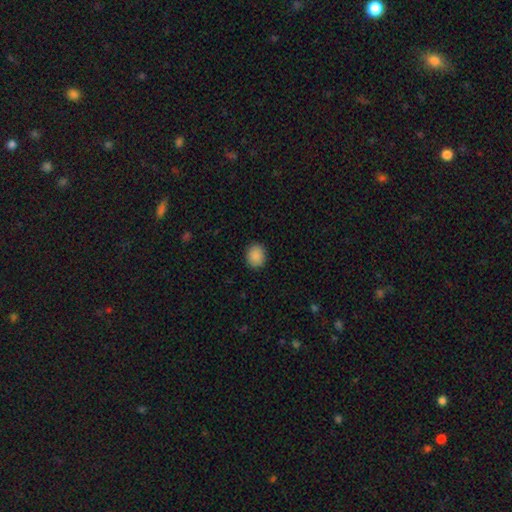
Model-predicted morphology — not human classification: Q: Smooth or featured?
A: smooth (89%); runner-up: star or artifact (8%)
Q: How rounded?
A: round (61%); runner-up: in between (38%)
Q: Merging?
A: none (90%); runner-up: minor disturbance (7%)